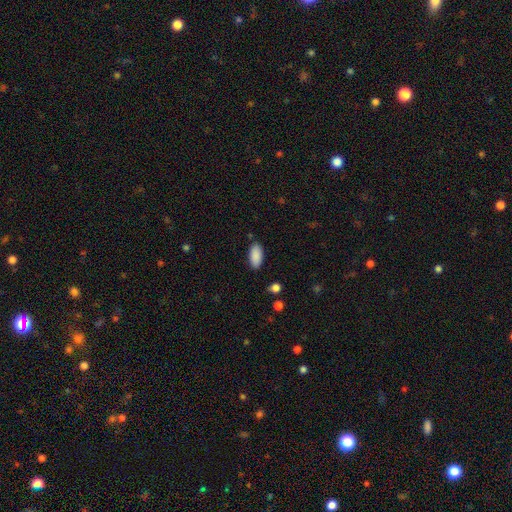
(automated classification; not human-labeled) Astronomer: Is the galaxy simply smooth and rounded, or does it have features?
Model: smooth — 90%.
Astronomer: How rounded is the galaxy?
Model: in between — 91%.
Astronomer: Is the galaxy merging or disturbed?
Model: none — 86%.